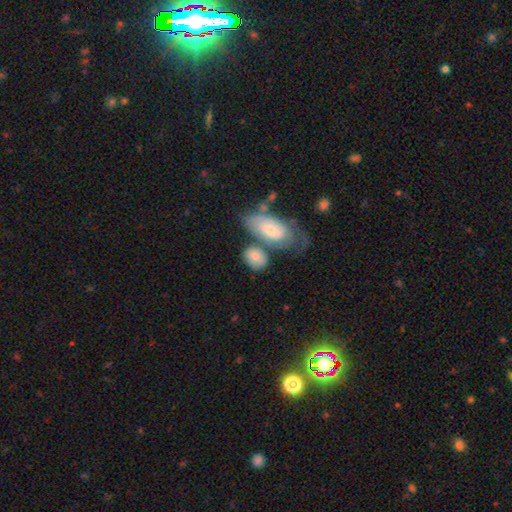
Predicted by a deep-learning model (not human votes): Q: Smooth or featured?
A: smooth (73%); runner-up: featured or disk (21%)
Q: How rounded?
A: in between (75%); runner-up: round (22%)
Q: Merging?
A: none (42%); runner-up: merger (33%)